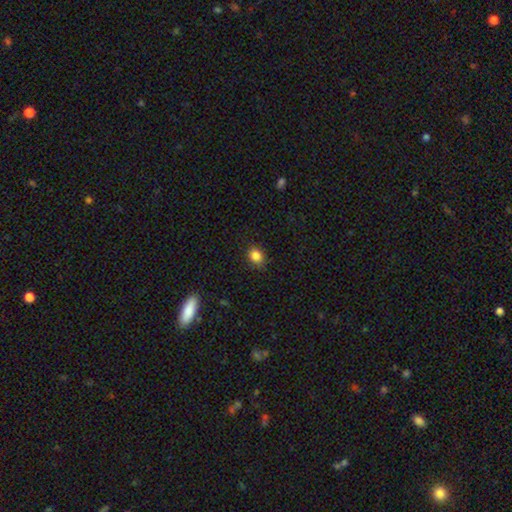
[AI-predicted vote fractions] This appears to be a smooth galaxy with no disk features (84%) that is round (60%). Merging: none (84%).